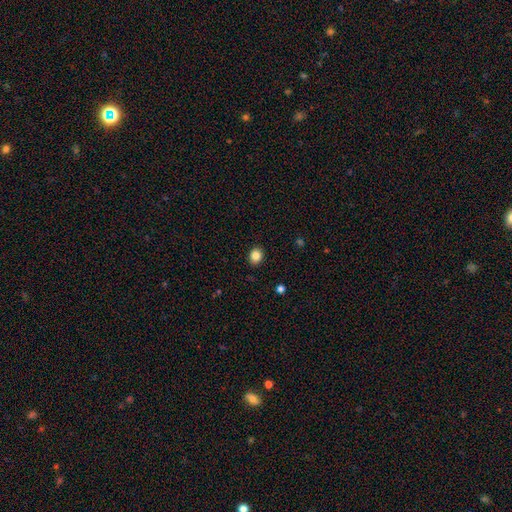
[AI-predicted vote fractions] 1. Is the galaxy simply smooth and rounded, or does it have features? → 85% smooth, 10% star or artifact, 5% featured or disk.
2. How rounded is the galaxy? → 53% round, 47% in between, 1% cigar-shaped.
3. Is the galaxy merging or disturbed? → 90% none, 7% minor disturbance, 2% major disturbance, 1% merger.